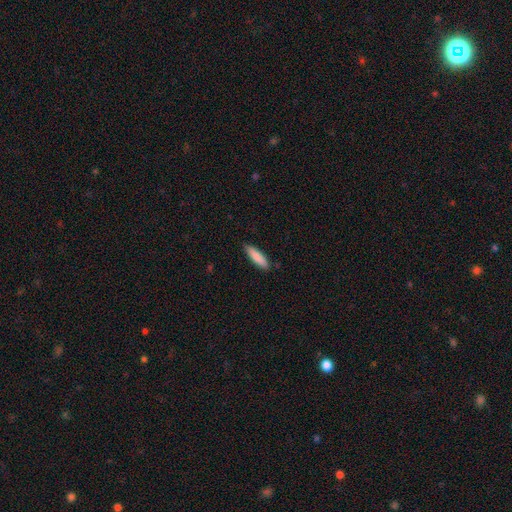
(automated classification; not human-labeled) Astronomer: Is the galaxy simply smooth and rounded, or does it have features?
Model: smooth — 86%.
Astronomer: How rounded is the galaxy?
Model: cigar-shaped — 65%.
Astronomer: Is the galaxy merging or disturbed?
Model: none — 88%.